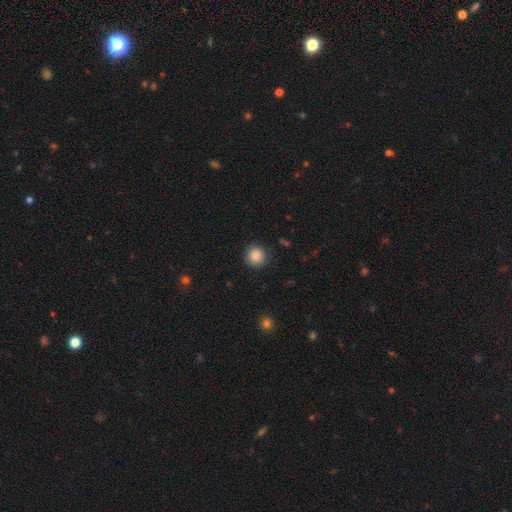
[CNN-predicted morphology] smooth 86%, star or artifact 10%, featured or disk 5%. Down the decision tree: how rounded — round (93%); merging — none (88%).